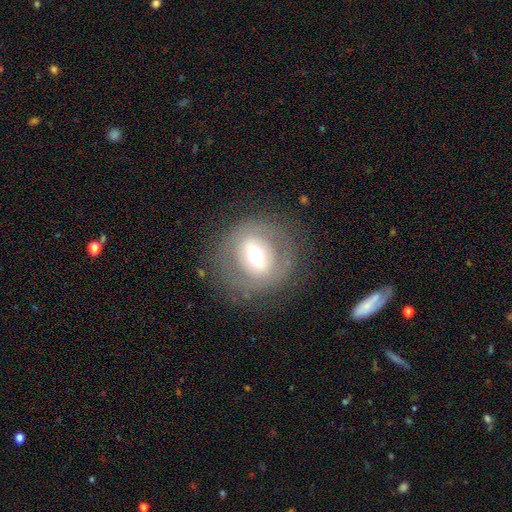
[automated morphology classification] The model was most divided on "smooth or featured": featured or disk: 45%, smooth: 44%, star or artifact: 11%. More confident: merging — none (79%).